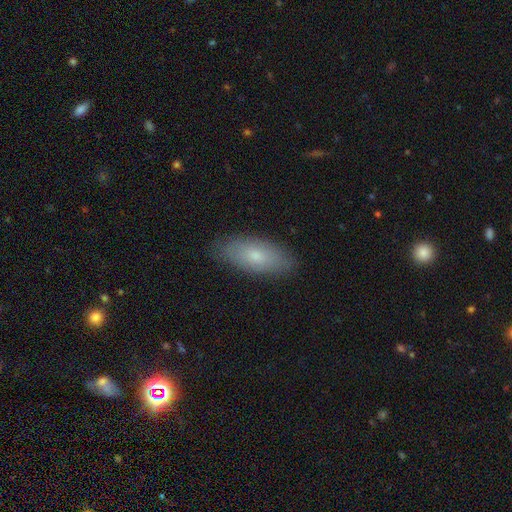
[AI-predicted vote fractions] smooth-or-featured: smooth: 71% | featured or disk: 22% | star or artifact: 7%
  how-rounded: in between: 83% | cigar-shaped: 15% | round: 2%
  merging: none: 84% | minor disturbance: 13% | major disturbance: 2% | merger: 1%